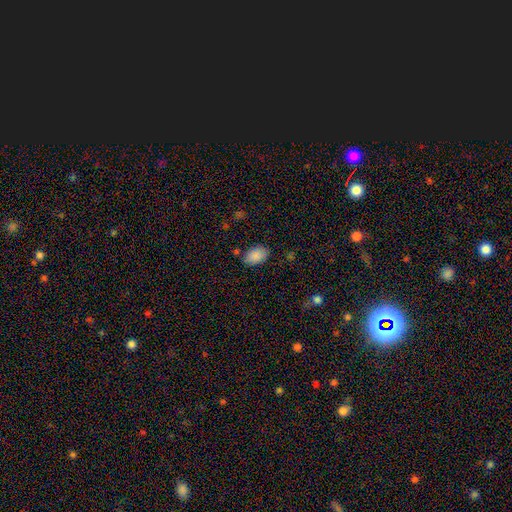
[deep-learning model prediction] Smooth or featured: smooth — 89% (star or artifact — 7%)
How rounded: in between — 88% (round — 11%)
Merging: none — 80% (minor disturbance — 14%)